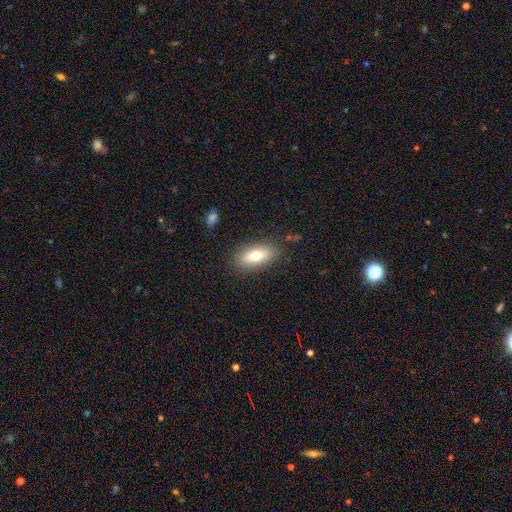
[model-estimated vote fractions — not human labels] Smooth or featured: smooth — 71% (featured or disk — 21%)
How rounded: in between — 83% (cigar-shaped — 13%)
Merging: none — 85% (minor disturbance — 10%)